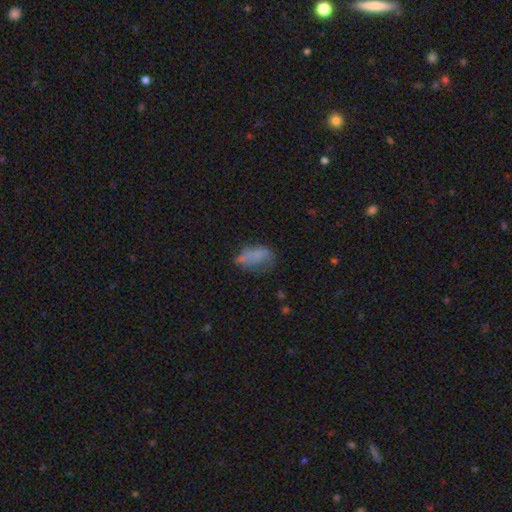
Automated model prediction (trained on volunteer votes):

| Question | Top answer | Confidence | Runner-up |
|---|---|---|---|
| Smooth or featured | smooth | 63% | featured or disk (24%) |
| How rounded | in between | 88% | round (7%) |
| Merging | none | 38% | minor disturbance (31%) |